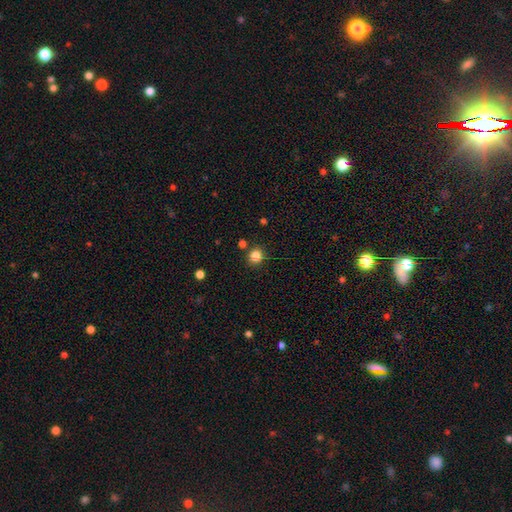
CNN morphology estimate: smooth 83%, star or artifact 13%, featured or disk 4%. Down the decision tree: how rounded — round (90%); merging — none (87%).